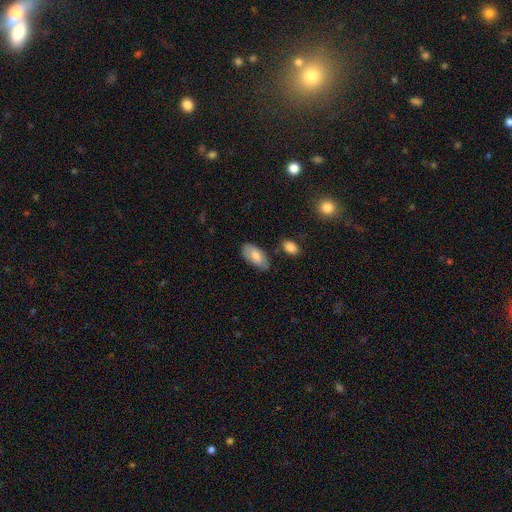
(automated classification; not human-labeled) Overall: smooth (69%). How rounded: in between (93%). Merging: none (73%).